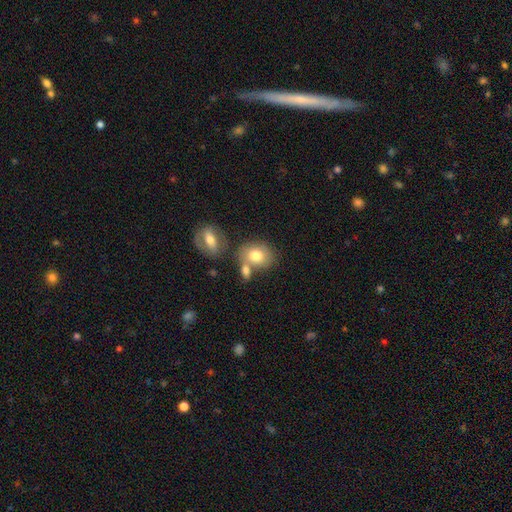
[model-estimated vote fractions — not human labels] Smooth or featured: smooth — 78% (featured or disk — 15%)
How rounded: in between — 53% (round — 46%)
Merging: none — 50% (merger — 32%)